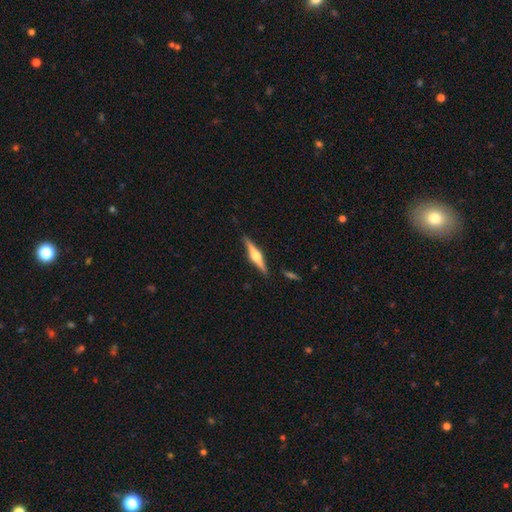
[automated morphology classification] Q: Smooth or featured?
A: featured or disk (74%); runner-up: smooth (20%)
Q: Edge-on disk?
A: yes (98%); runner-up: no (2%)
Q: Edge-on bulge?
A: rounded (92%); runner-up: boxy (6%)
Q: Merging?
A: none (90%); runner-up: minor disturbance (7%)